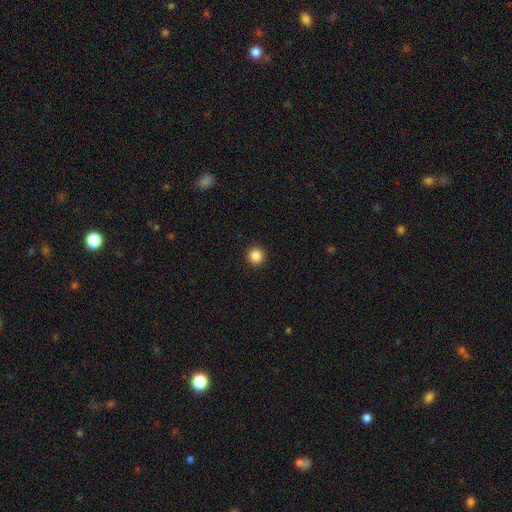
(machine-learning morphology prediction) type=smooth (86%); roundness=round (95%); merging=none (93%).